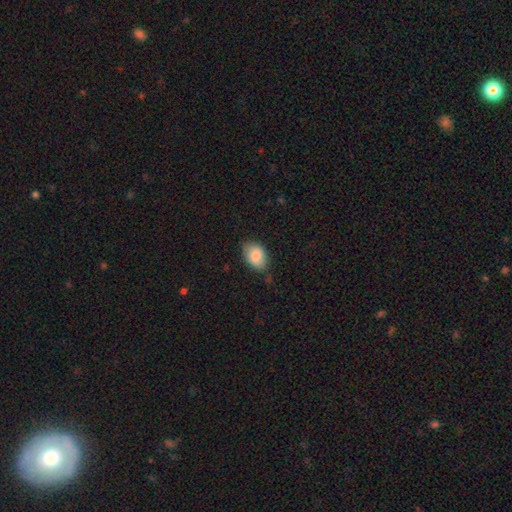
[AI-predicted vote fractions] This appears to be a smooth galaxy with no disk features (86%) that is in between round and cigar-shaped (86%). Merging: none (74%).